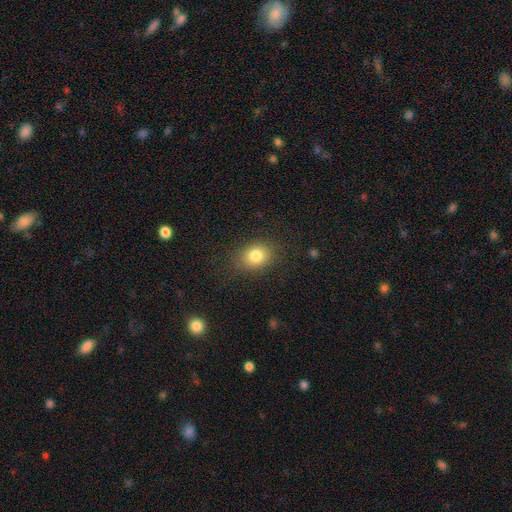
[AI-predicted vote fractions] A smooth galaxy with no disk features (81%) that is round (52%).

Vote fractions:
- Smooth or featured? smooth: 81% / star or artifact: 11% / featured or disk: 8%
- How rounded? round: 52% / in between: 47% / cigar-shaped: 1%
- Merging? none: 84% / minor disturbance: 11% / major disturbance: 4% / merger: 1%